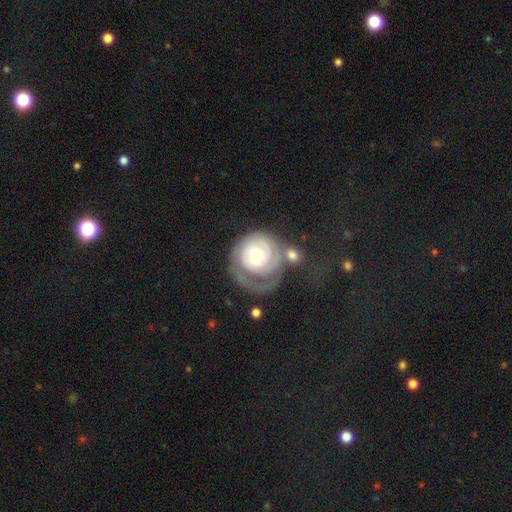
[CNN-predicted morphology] This is likely a featured or disk galaxy (72%). It is clearly not viewed edge-on (97%). Bar: likely no (76%). Spiral arm pattern: clearly yes (86%). Spiral arm count: marginally 1 (31%). Spiral winding: likely tight (73%). Central bulge: possibly moderate (52%). Merging: marginally none (39%).